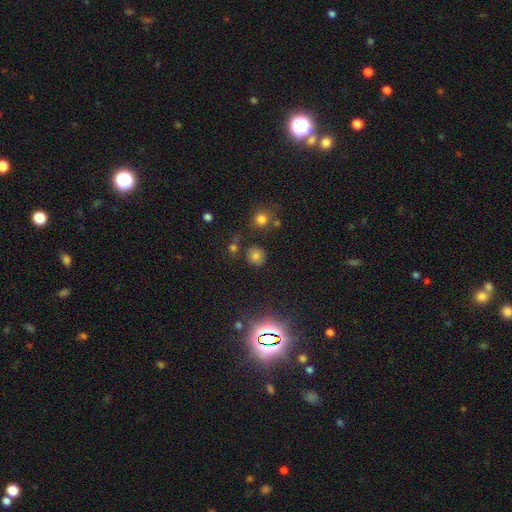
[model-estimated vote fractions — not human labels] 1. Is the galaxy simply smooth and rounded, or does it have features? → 73% smooth, 20% star or artifact, 7% featured or disk.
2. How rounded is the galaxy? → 88% round, 11% in between, 1% cigar-shaped.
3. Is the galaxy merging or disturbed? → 82% none, 9% minor disturbance, 6% merger, 3% major disturbance.